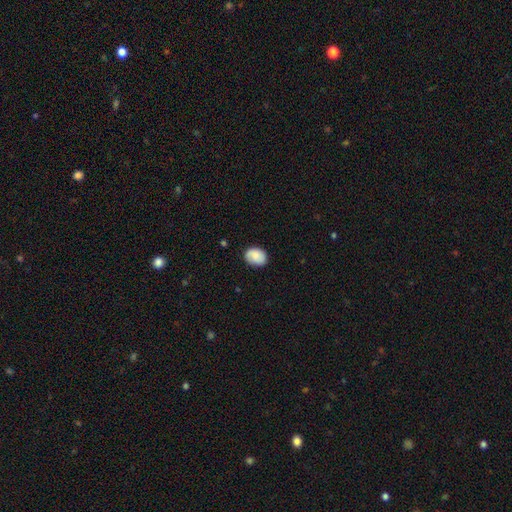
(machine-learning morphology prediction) A smooth galaxy with no disk features (81%) that is in between round and cigar-shaped (65%).

Vote fractions:
- Smooth or featured? smooth: 81% / featured or disk: 12% / star or artifact: 7%
- How rounded? in between: 65% / round: 34% / cigar-shaped: 1%
- Merging? none: 80% / minor disturbance: 16% / major disturbance: 3% / merger: 1%